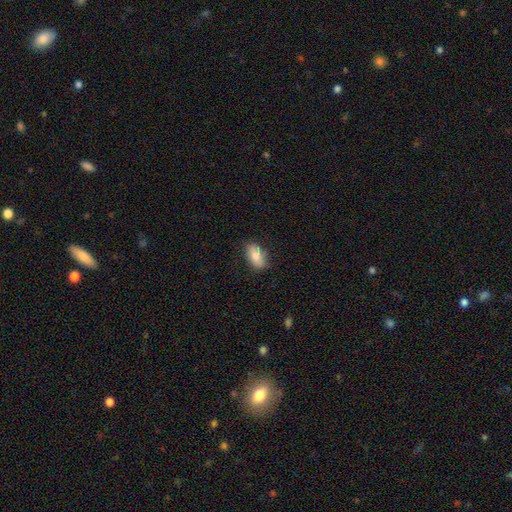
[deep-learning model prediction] Smooth or featured? smooth (78%)
How rounded? in between (91%)
Merging? none (81%)